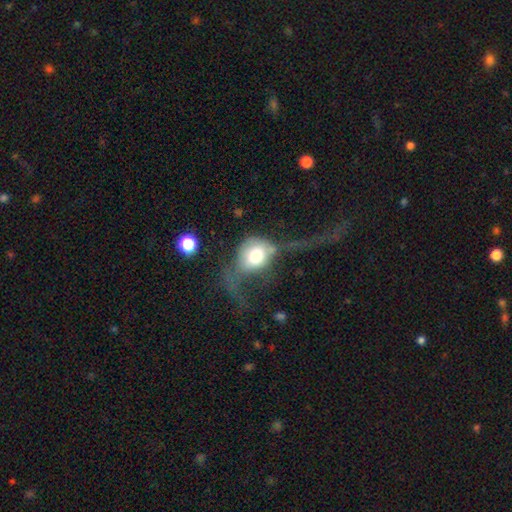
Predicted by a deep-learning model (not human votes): A smooth galaxy with no disk features (57%) that is round (61%). Merging: major disturbance (54%).